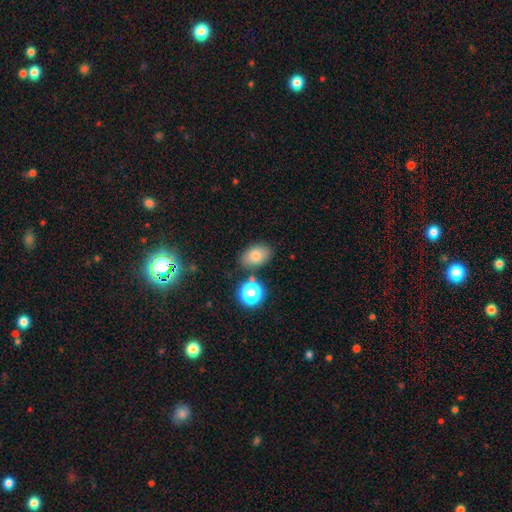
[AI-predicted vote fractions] Q: Smooth or featured?
A: smooth (73%); runner-up: star or artifact (17%)
Q: How rounded?
A: in between (79%); runner-up: round (19%)
Q: Merging?
A: none (79%); runner-up: minor disturbance (11%)